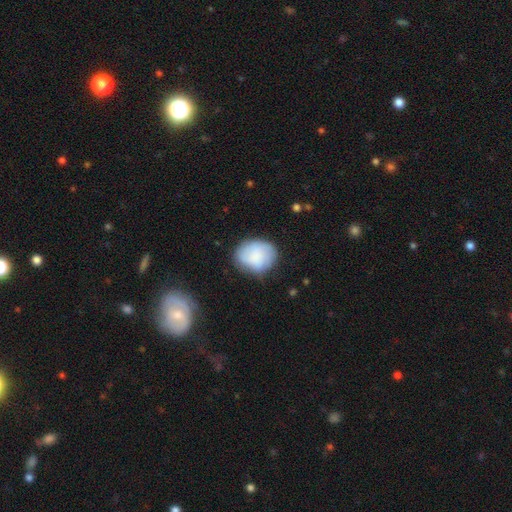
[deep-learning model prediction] smooth_or_featured: smooth (p=0.76) [alt: featured or disk p=0.17]
how_rounded: round (p=0.60) [alt: in between p=0.39]
merging: none (p=0.66) [alt: minor disturbance p=0.24]